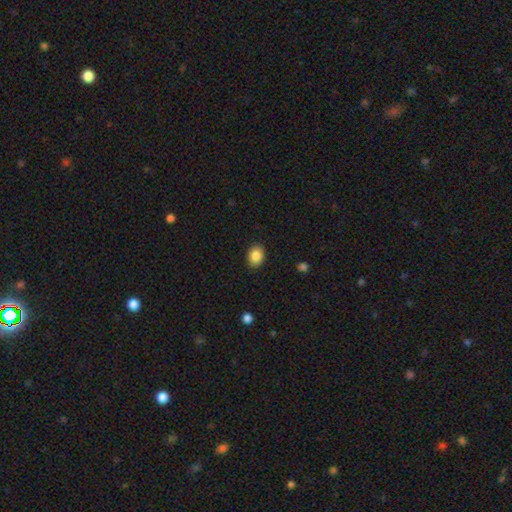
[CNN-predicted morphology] Smooth or featured?
  - smooth: 86% *
  - star or artifact: 9%
  - featured or disk: 5%
How rounded?
  - in between: 60% *
  - round: 39%
  - cigar-shaped: 1%
Merging?
  - none: 88% *
  - minor disturbance: 9%
  - major disturbance: 2%
  - merger: 1%